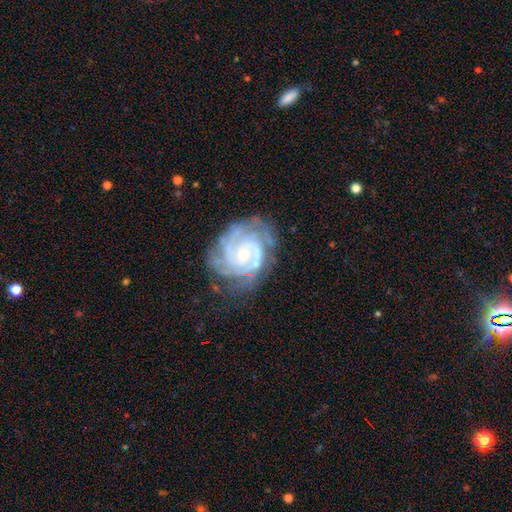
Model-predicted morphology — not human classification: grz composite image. It shows a featured or disk galaxy (88%) with no bar (65%), 2 (28%) tight (65%) spiral arms (97%) and a small central bulge (63%). Merging: none (68%).